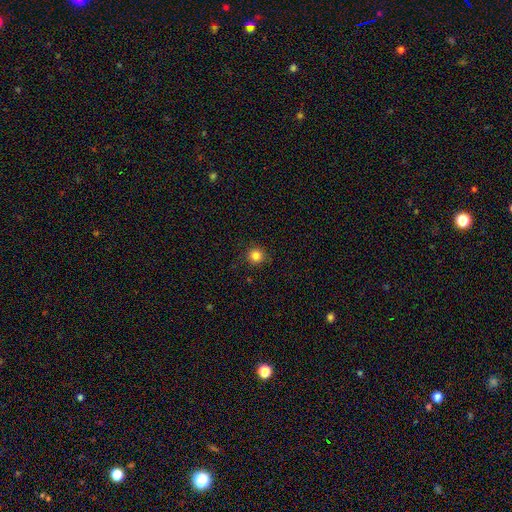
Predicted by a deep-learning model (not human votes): A smooth galaxy with no disk features (84%) that is round (95%). Merging: none (91%).